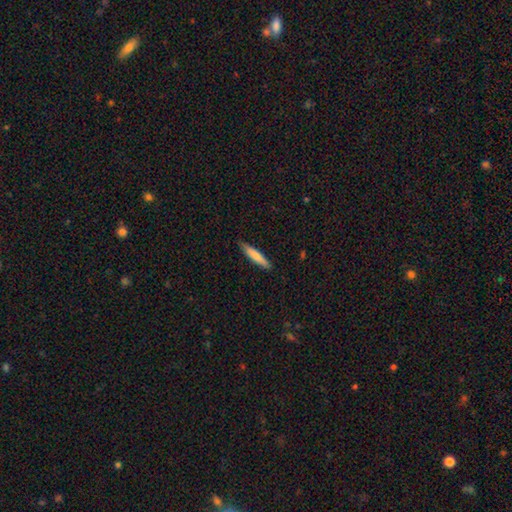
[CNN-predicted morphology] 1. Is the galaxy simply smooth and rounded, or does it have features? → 77% smooth, 18% featured or disk, 5% star or artifact.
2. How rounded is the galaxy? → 90% cigar-shaped, 9% in between, 1% round.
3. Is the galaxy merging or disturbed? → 87% none, 10% minor disturbance, 2% major disturbance, 1% merger.